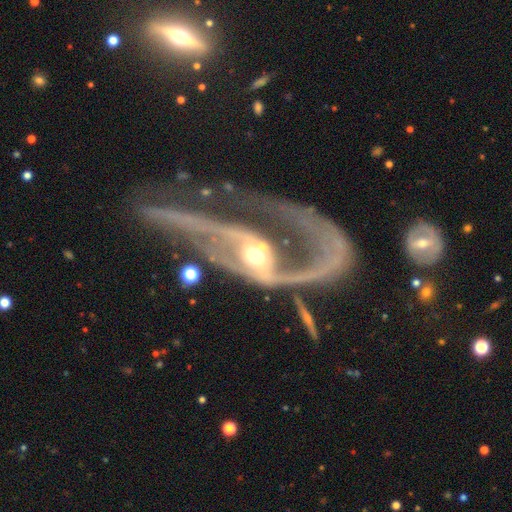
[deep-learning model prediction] The model was most divided on "bar": no: 50%, weak: 28%, strong: 22%. More confident: edge-on disk — no (93%); smooth or featured — featured or disk (87%); spiral arms — yes (81%); spiral winding — loose (62%); bulge size — moderate (60%); spiral arm count — 2 (57%); merging — major disturbance (54%).